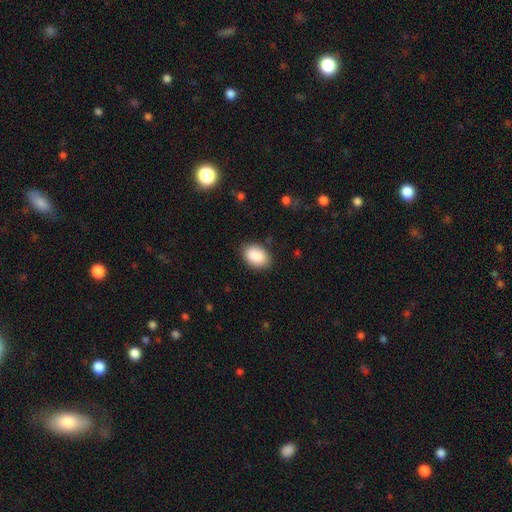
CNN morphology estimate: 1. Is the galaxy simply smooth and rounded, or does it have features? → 90% smooth, 7% star or artifact, 4% featured or disk.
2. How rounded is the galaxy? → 87% in between, 12% round, 1% cigar-shaped.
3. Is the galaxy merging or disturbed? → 85% none, 11% minor disturbance, 3% major disturbance, 1% merger.